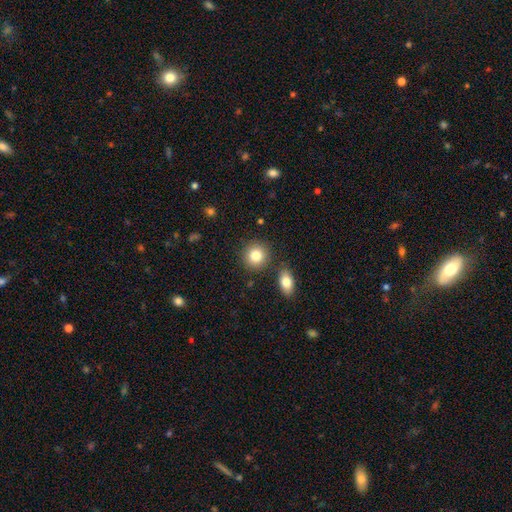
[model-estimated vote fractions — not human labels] The model was most divided on "merging": none: 82%, merger: 8%, minor disturbance: 8%, major disturbance: 3%. More confident: how rounded — round (88%); smooth or featured — smooth (84%).